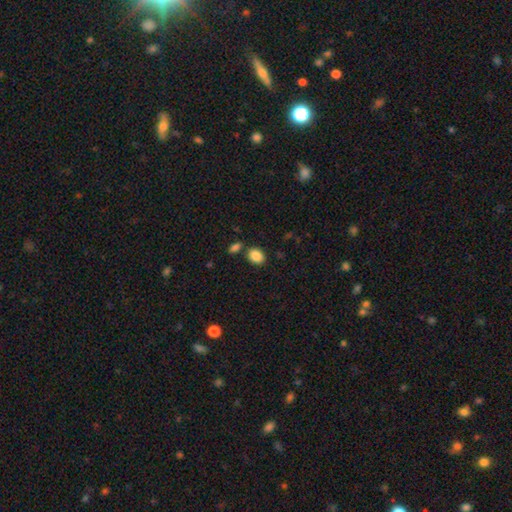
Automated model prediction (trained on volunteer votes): The model was most divided on "how rounded": in between: 63%, round: 36%, cigar-shaped: 1%. More confident: smooth or featured — smooth (87%); merging — none (75%).